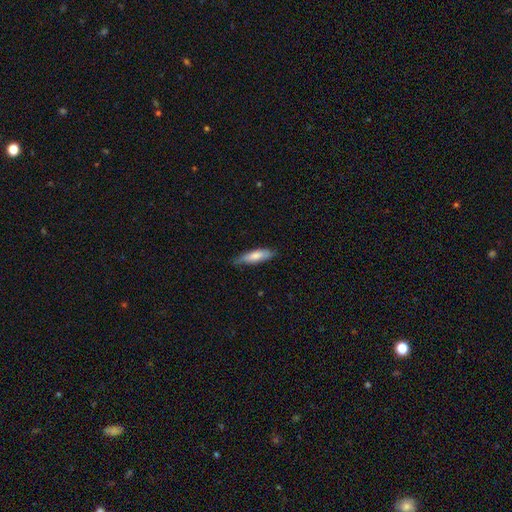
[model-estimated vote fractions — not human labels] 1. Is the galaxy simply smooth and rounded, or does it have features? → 73% smooth, 21% featured or disk, 6% star or artifact.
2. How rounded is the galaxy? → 61% cigar-shaped, 37% in between, 2% round.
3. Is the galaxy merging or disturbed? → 71% none, 24% minor disturbance, 4% major disturbance, 1% merger.